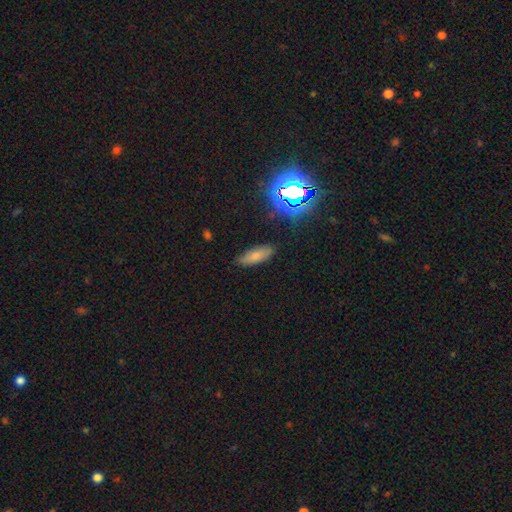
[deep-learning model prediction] This appears to be a smooth galaxy with no disk features (72%) that is in between round and cigar-shaped (68%). Merging: none (84%).